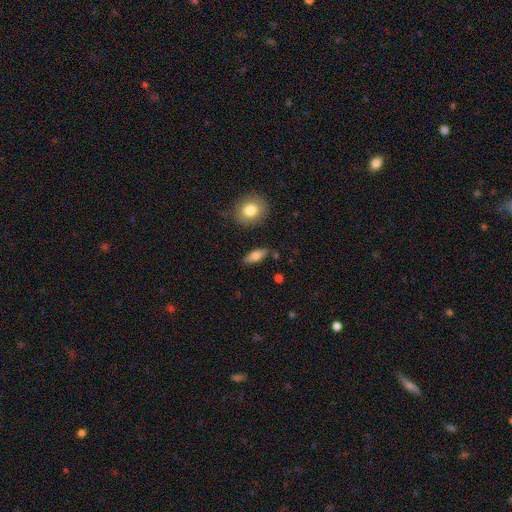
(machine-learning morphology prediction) Smooth or featured?
  - smooth: 71% *
  - featured or disk: 22%
  - star or artifact: 7%
How rounded?
  - in between: 73% *
  - cigar-shaped: 23%
  - round: 5%
Merging?
  - none: 82% *
  - minor disturbance: 12%
  - merger: 3%
  - major disturbance: 3%